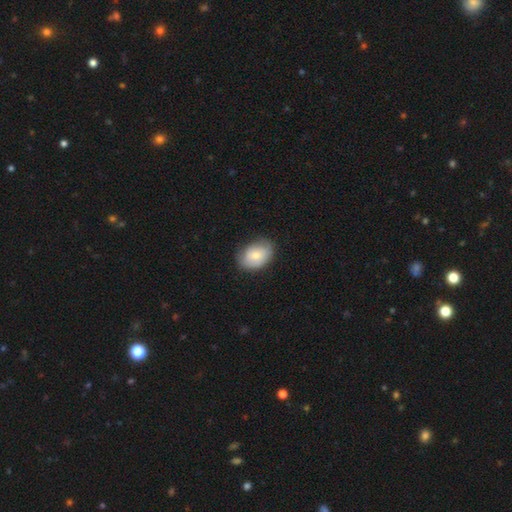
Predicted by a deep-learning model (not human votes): Smooth or featured? smooth (71%)
How rounded? in between (77%)
Merging? none (71%)